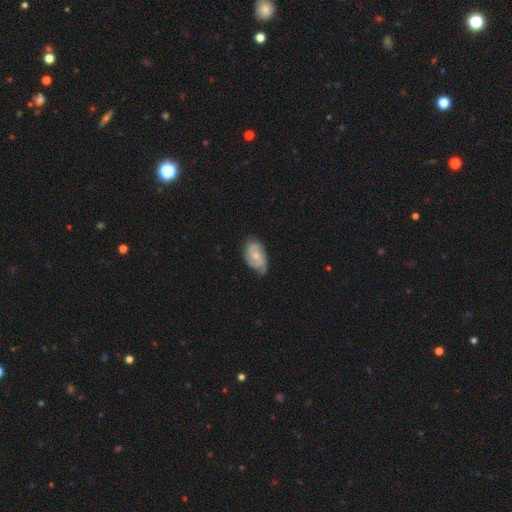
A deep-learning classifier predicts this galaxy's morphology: Smooth or featured?
  - featured or disk: 72% *
  - smooth: 22%
  - star or artifact: 6%
Edge-on disk?
  - no: 97% *
  - yes: 3%
Bar?
  - no: 61% *
  - weak: 34%
  - strong: 5%
Spiral arms?
  - yes: 95% *
  - no: 5%
Spiral winding?
  - tight: 44% *
  - medium: 43%
  - loose: 13%
Spiral arm count?
  - 2: 56% *
  - 3: 22%
  - can't tell: 14%
  - 1: 3%
  - 4: 3%
  - more than 4: 2%
Bulge size?
  - small: 54% *
  - moderate: 36%
  - none: 7%
  - large: 2%
  - dominant: 1%
Merging?
  - none: 64% *
  - minor disturbance: 28%
  - major disturbance: 6%
  - merger: 1%